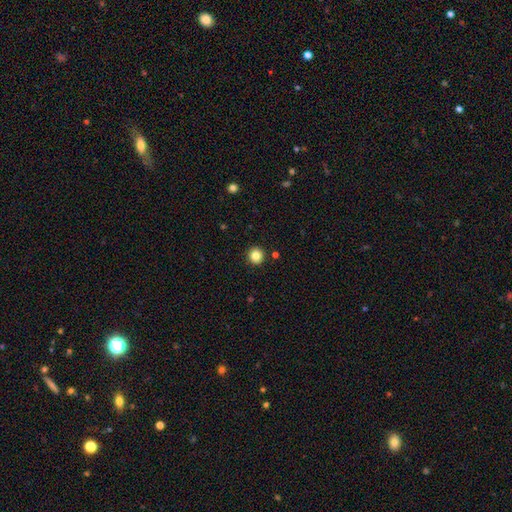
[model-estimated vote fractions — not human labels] smooth 84%, star or artifact 11%, featured or disk 5%. Down the decision tree: how rounded — round (94%); merging — none (92%).